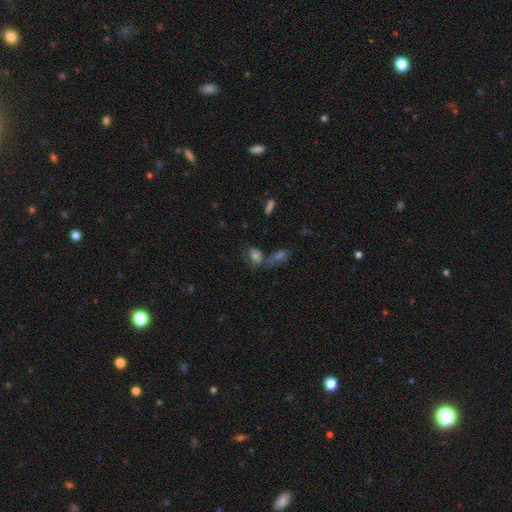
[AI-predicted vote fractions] A smooth galaxy with no disk features (64%) that is in between round and cigar-shaped (75%).

Vote fractions:
- Smooth or featured? smooth: 64% / star or artifact: 19% / featured or disk: 17%
- How rounded? in between: 75% / round: 21% / cigar-shaped: 4%
- Merging? merger: 38% (tied) / none: 38% (tied) / minor disturbance: 14% / major disturbance: 10%